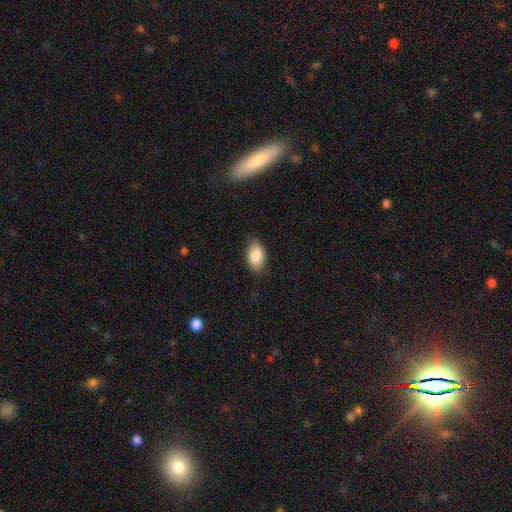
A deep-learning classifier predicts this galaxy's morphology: This appears to be a smooth galaxy with no disk features (87%) that is in between round and cigar-shaped (92%). Merging: none (81%).